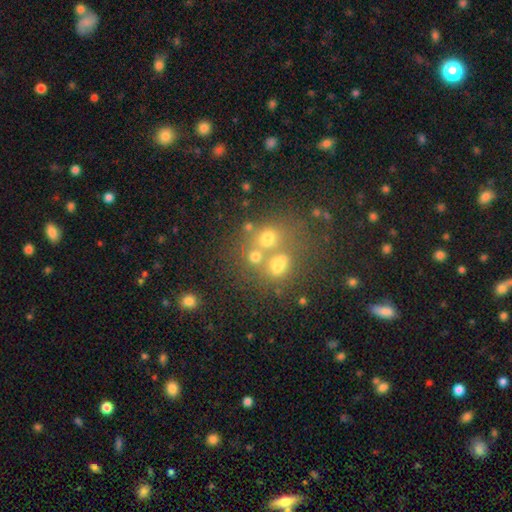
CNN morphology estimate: Q: Smooth or featured?
A: smooth (50%); runner-up: star or artifact (27%)
Q: How rounded?
A: round (73%); runner-up: in between (26%)
Q: Merging?
A: merger (48%); runner-up: none (40%)